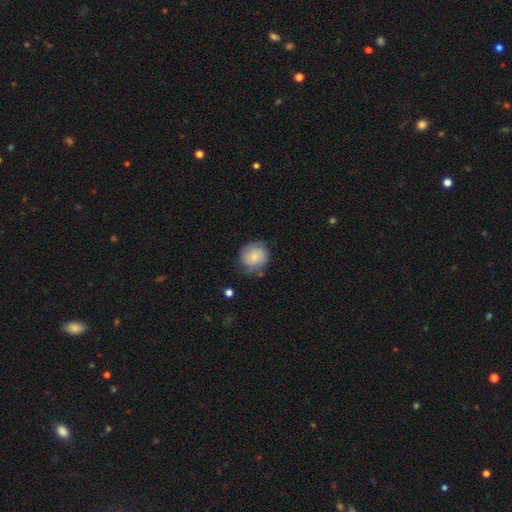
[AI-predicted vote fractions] Smooth or featured: smooth — 70% (featured or disk — 22%)
How rounded: round — 81% (in between — 18%)
Merging: none — 61% (minor disturbance — 27%)